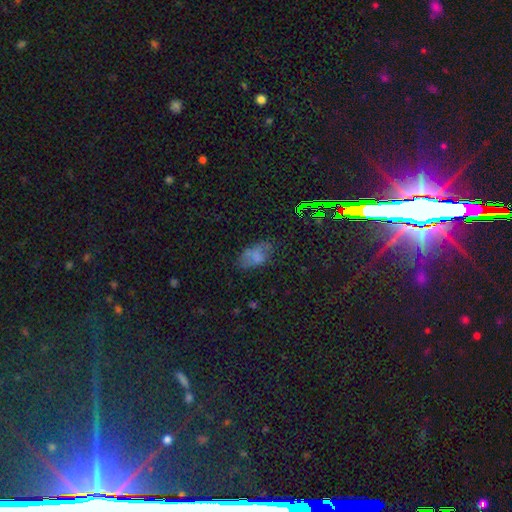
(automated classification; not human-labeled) Overall: smooth (63%). How rounded: in between (91%). Merging: none (61%; minor disturbance 24%).